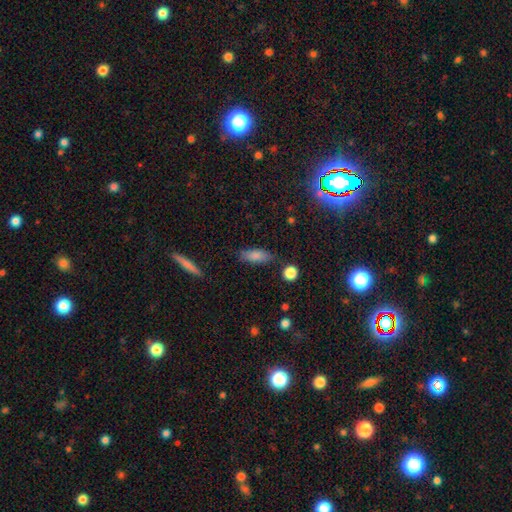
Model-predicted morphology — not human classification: This is clearly a smooth galaxy (81%). How rounded: likely in between (66%). Merging: likely none (77%).